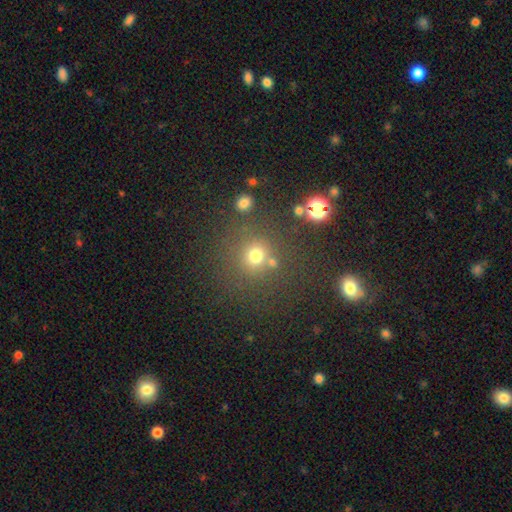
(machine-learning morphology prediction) smooth 71%, star or artifact 21%, featured or disk 8%. Down the decision tree: how rounded — round (89%); merging — none (75%).